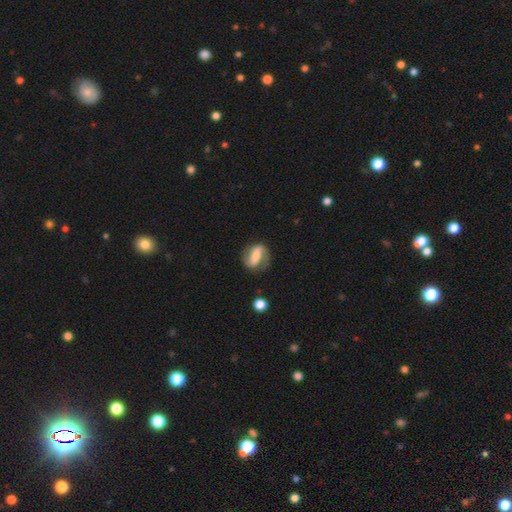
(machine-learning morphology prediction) A featured or disk galaxy (69%) with a strong bar (54%), 2 (83%) medium (45%) spiral arms (89%) and a moderate central bulge (31%).

Vote fractions:
- Smooth or featured? featured or disk: 69% / smooth: 25% / star or artifact: 7%
- Edge-on disk? no: 96% / yes: 4%
- Bar? strong: 54% / weak: 30% / no: 17%
- Spiral arms? yes: 89% / no: 11%
- Spiral winding? medium: 45% / tight: 29% / loose: 26%
- Spiral arm count? 2: 83% / 1: 8% / can't tell: 6% / 3: 1% / 4: 1% / more than 4: 1%
- Bulge size? moderate: 31% / small: 26% / large: 20% / none: 18% / dominant: 5%
- Merging? none: 72% / minor disturbance: 17% / major disturbance: 9% / merger: 2%